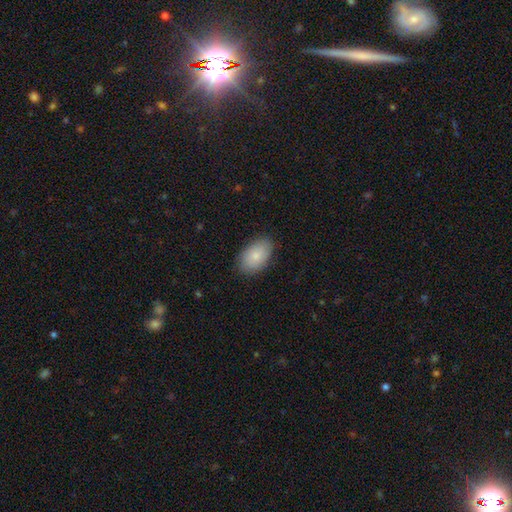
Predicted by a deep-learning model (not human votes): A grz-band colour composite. It shows a smooth galaxy with no disk features (84%) that is in between round and cigar-shaped (93%). Merging: none (85%).